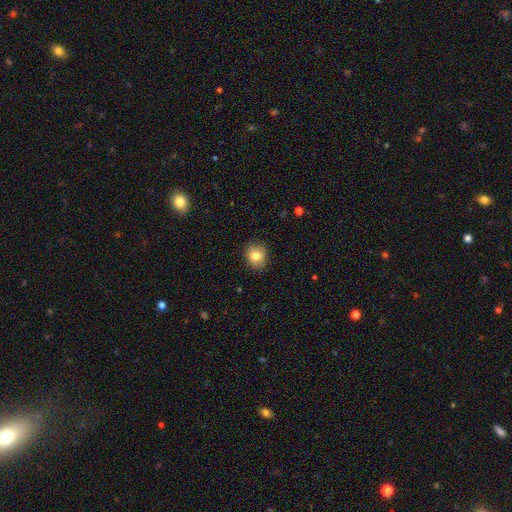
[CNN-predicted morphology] A smooth galaxy with no disk features (81%) that is round (73%). Merging: none (85%).